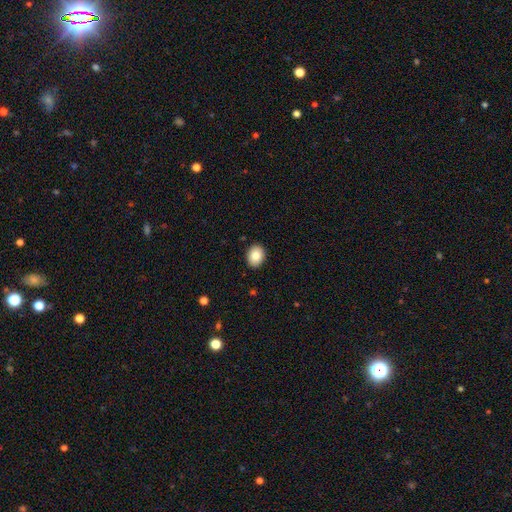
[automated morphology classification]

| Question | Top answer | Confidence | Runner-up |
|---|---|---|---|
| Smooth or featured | smooth | 87% | star or artifact (8%) |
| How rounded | in between | 62% | round (37%) |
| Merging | none | 91% | minor disturbance (7%) |